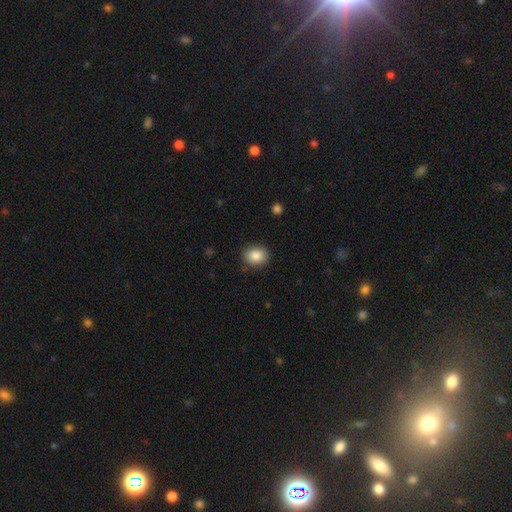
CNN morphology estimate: Smooth or featured: smooth — 87% (star or artifact — 8%)
How rounded: round — 57% (in between — 43%)
Merging: none — 87% (minor disturbance — 9%)